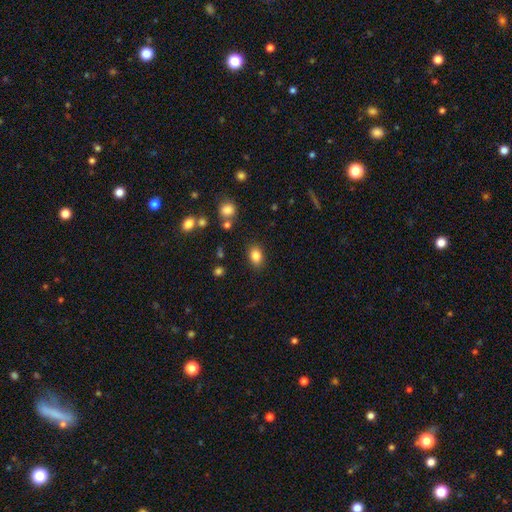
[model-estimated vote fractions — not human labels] The model was most divided on "how rounded": in between: 77%, round: 22%, cigar-shaped: 1%. More confident: merging — none (84%); smooth or featured — smooth (84%).